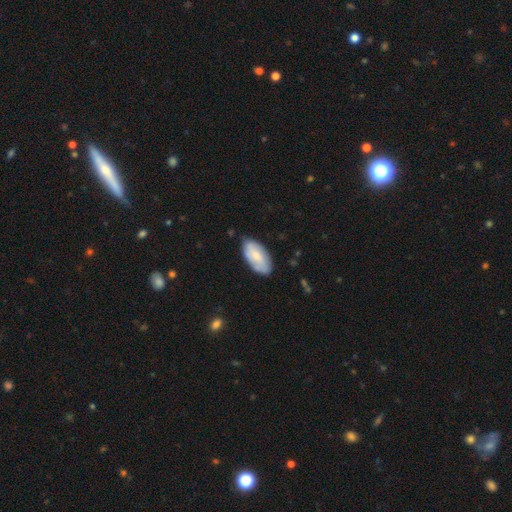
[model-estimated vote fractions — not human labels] smooth 68%, featured or disk 27%, star or artifact 6%. Down the decision tree: how rounded — in between (94%); merging — none (74%).